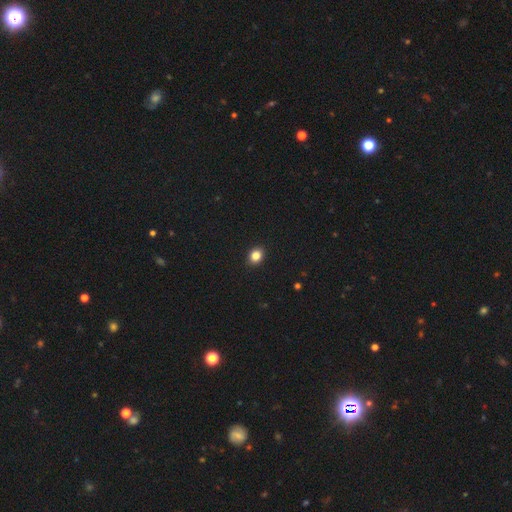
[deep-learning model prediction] This appears to be a smooth galaxy with no disk features (84%) that is round (53%). Merging: none (91%).